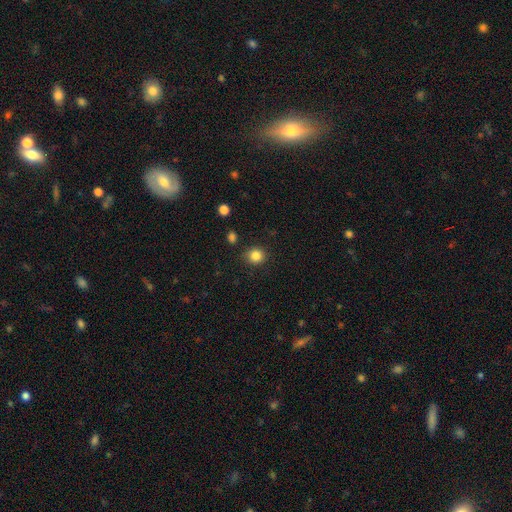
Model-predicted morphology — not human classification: Smooth or featured? Predicted: smooth (p=0.84). How rounded? Predicted: round (p=0.85). Merging? Predicted: none (p=0.85).